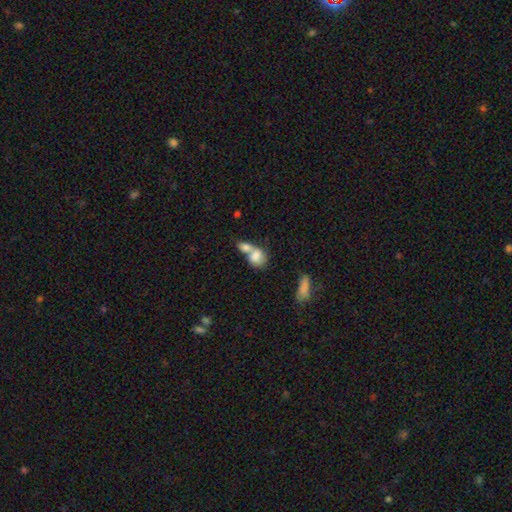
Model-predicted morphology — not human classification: A smooth galaxy with no disk features (76%) that is in between round and cigar-shaped (64%).

Vote fractions:
- Smooth or featured? smooth: 76% / featured or disk: 16% / star or artifact: 8%
- How rounded? in between: 64% / round: 34% / cigar-shaped: 3%
- Merging? merger: 72% / none: 17% / minor disturbance: 6% / major disturbance: 4%